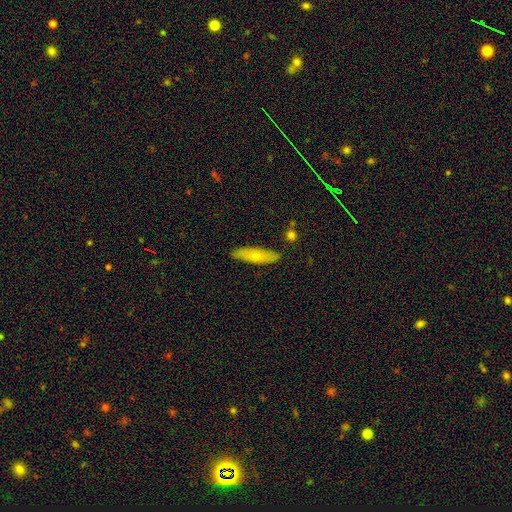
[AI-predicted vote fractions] This appears to be a smooth galaxy with no disk features (59%) that is cigar-shaped (71%). Merging: none (88%).